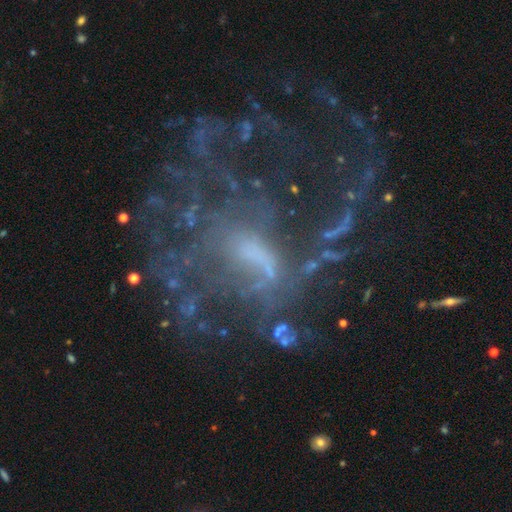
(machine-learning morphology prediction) Smooth or featured: featured or disk — 66% (star or artifact — 22%)
Edge-on disk: no — 96% (yes — 4%)
Bar: no — 56% (weak — 31%)
Spiral arms: no — 51% (yes — 49%)
Bulge size: small — 36% (moderate — 30%)
Merging: major disturbance — 45% (none — 34%)